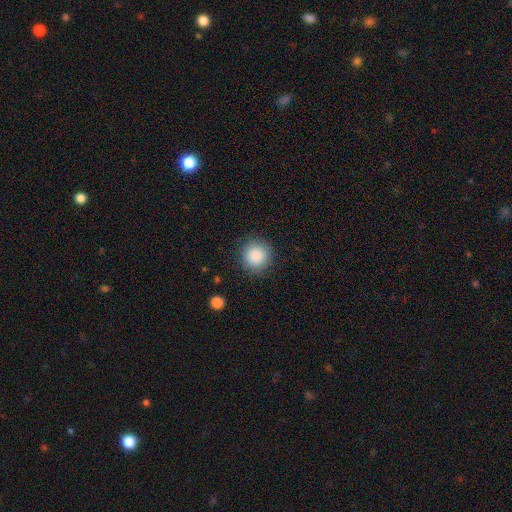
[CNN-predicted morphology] smooth_or_featured: smooth (p=0.88) [alt: star or artifact p=0.09]
how_rounded: round (p=0.94) [alt: in between p=0.05]
merging: none (p=0.90) [alt: minor disturbance p=0.07]